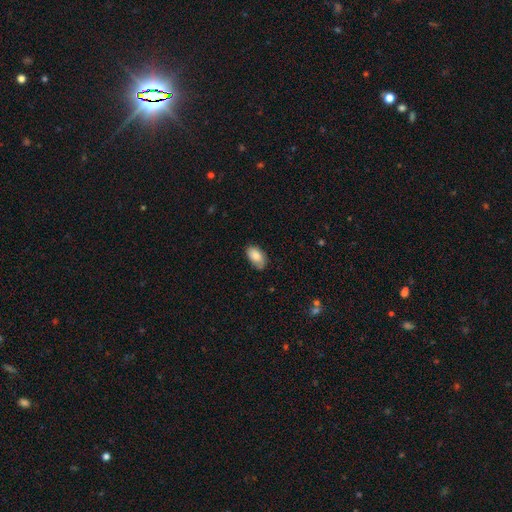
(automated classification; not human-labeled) Q: Smooth or featured?
A: smooth (84%); runner-up: featured or disk (10%)
Q: How rounded?
A: in between (94%); runner-up: round (5%)
Q: Merging?
A: none (71%); runner-up: minor disturbance (24%)